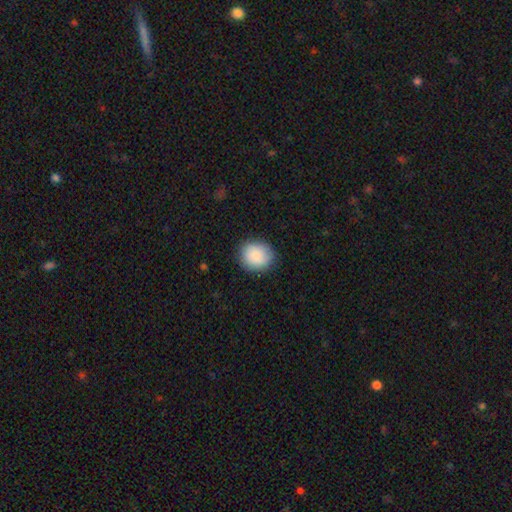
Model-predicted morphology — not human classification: smooth-or-featured: smooth: 89% | star or artifact: 7% | featured or disk: 4%
  how-rounded: round: 75% | in between: 24% | cigar-shaped: 1%
  merging: none: 86% | minor disturbance: 11% | major disturbance: 3% | merger: 1%